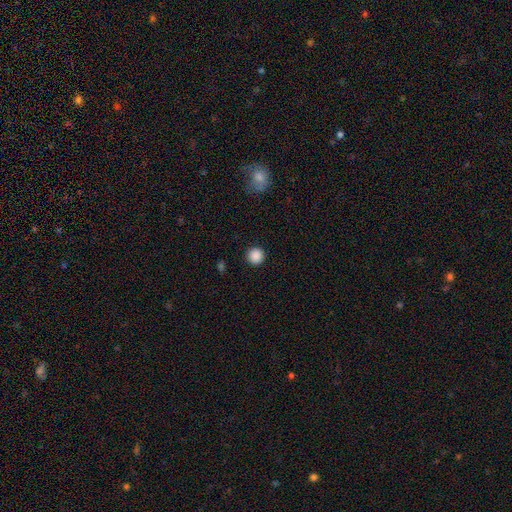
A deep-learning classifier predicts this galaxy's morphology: A smooth galaxy with no disk features (88%) that is round (95%). Merging: none (92%).